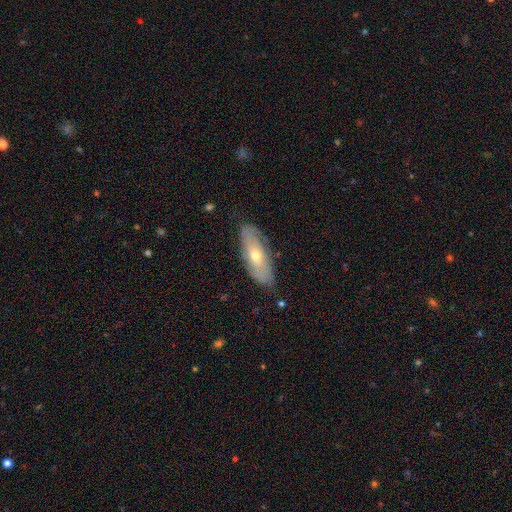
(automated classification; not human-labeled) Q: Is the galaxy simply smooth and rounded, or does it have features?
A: smooth — 48%.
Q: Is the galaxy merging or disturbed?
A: none — 79%.